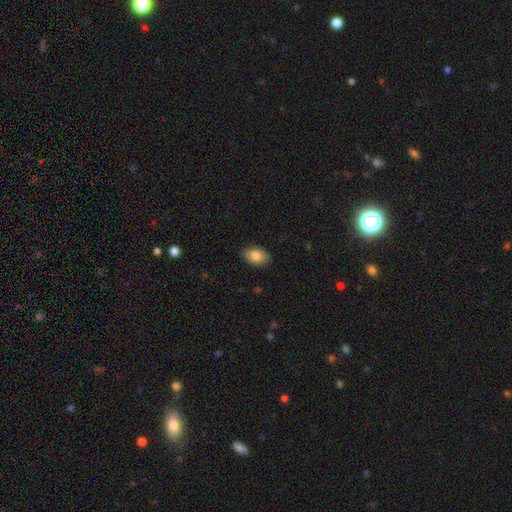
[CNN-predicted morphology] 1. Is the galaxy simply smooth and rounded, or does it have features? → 84% smooth, 9% featured or disk, 7% star or artifact.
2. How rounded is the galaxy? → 91% in between, 7% round, 2% cigar-shaped.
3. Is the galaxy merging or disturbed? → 87% none, 10% minor disturbance, 2% major disturbance, 1% merger.